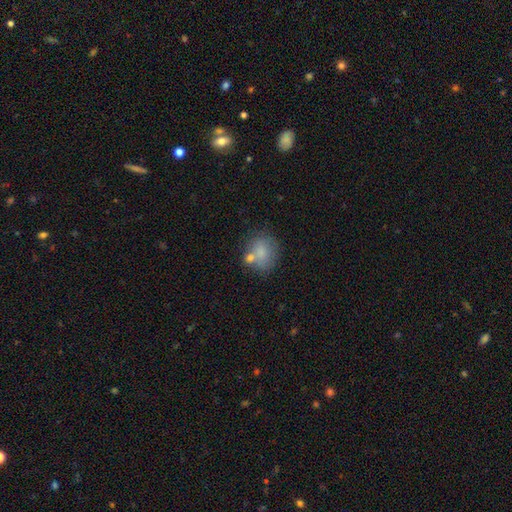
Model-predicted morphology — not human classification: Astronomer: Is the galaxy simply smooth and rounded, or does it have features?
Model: smooth — 75%.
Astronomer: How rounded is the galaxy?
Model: round — 63%.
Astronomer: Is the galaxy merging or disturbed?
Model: none — 54%.